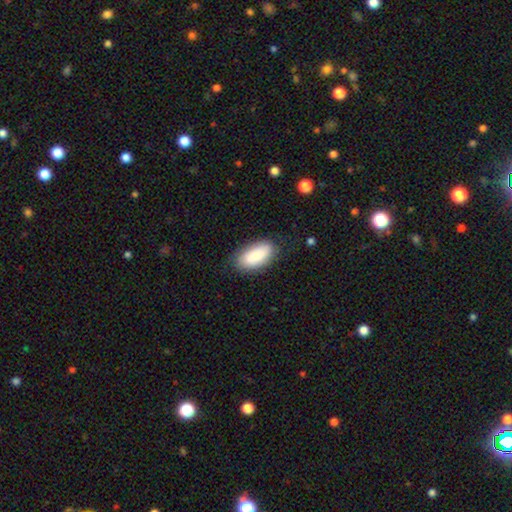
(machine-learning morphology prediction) type=smooth (84%); roundness=in between (92%); merging=none (79%).